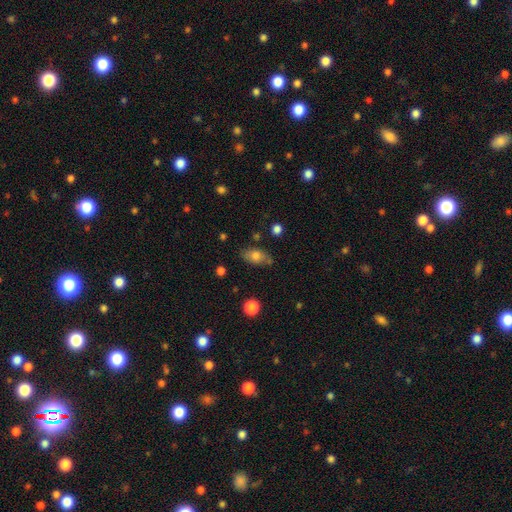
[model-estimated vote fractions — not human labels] Smooth or featured? Predicted: smooth (p=0.72). How rounded? Predicted: in between (p=0.87). Merging? Predicted: none (p=0.73).